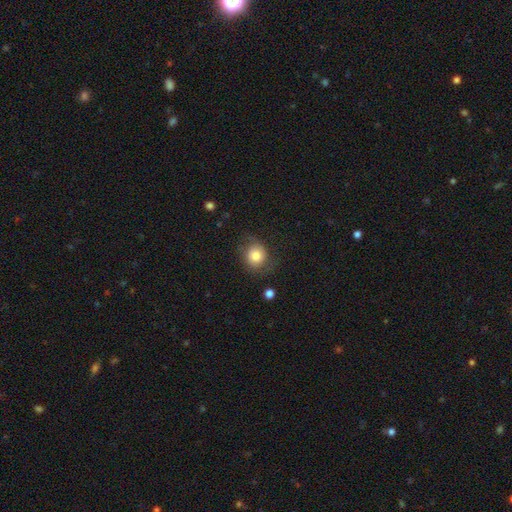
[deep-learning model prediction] Smooth or featured?
  - smooth: 75% *
  - featured or disk: 16%
  - star or artifact: 9%
How rounded?
  - round: 78% *
  - in between: 22%
  - cigar-shaped: 1%
Merging?
  - none: 68% *
  - minor disturbance: 20%
  - major disturbance: 10%
  - merger: 2%